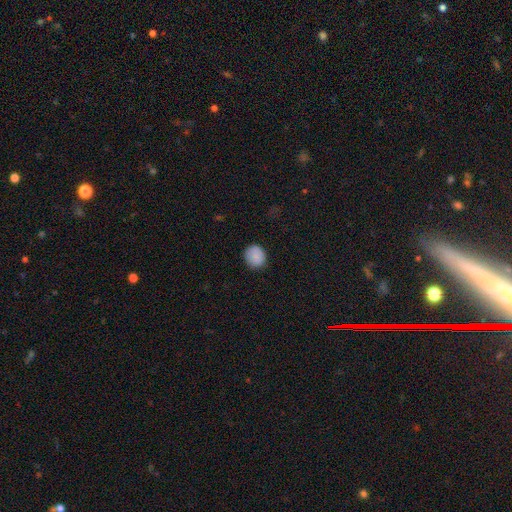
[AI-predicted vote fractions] smooth 88%, star or artifact 8%, featured or disk 4%. Down the decision tree: how rounded — round (81%); merging — none (86%).